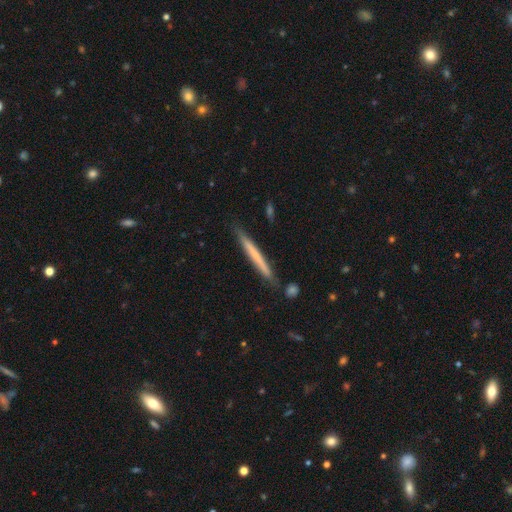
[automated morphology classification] The model was most divided on "smooth or featured": smooth: 55%, featured or disk: 39%, star or artifact: 6%. More confident: how rounded — cigar-shaped (97%); merging — none (85%).